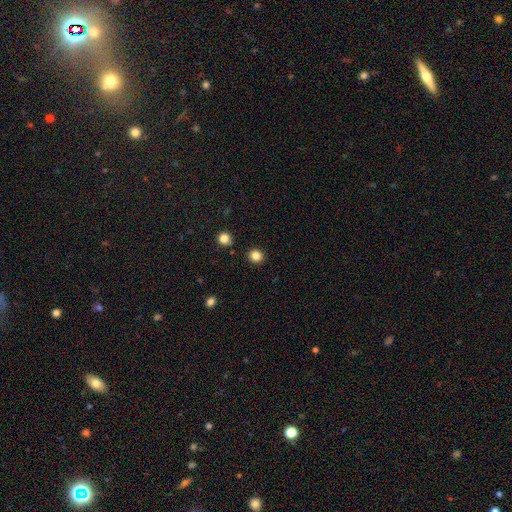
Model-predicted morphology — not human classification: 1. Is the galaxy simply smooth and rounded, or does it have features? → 83% smooth, 12% star or artifact, 4% featured or disk.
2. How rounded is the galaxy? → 81% round, 18% in between, 1% cigar-shaped.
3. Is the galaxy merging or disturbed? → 89% none, 6% minor disturbance, 2% merger, 2% major disturbance.